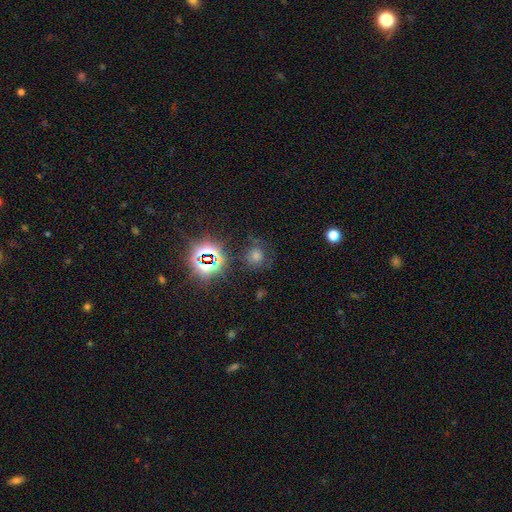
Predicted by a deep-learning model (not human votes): This appears to be a star or artifact, not a galaxy (46%).